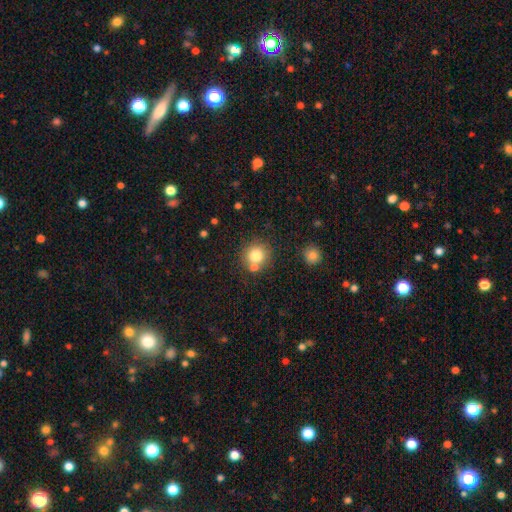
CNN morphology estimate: This is likely a smooth galaxy (79%). How rounded: clearly round (91%). Merging: likely none (69%).